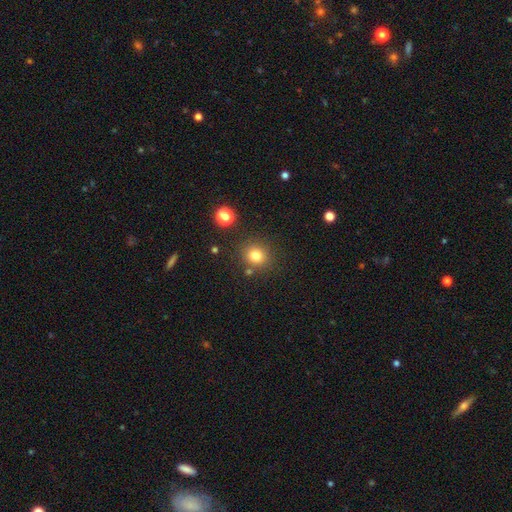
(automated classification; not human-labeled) Q: Smooth or featured?
A: smooth (80%); runner-up: star or artifact (13%)
Q: How rounded?
A: round (87%); runner-up: in between (12%)
Q: Merging?
A: none (82%); runner-up: minor disturbance (9%)